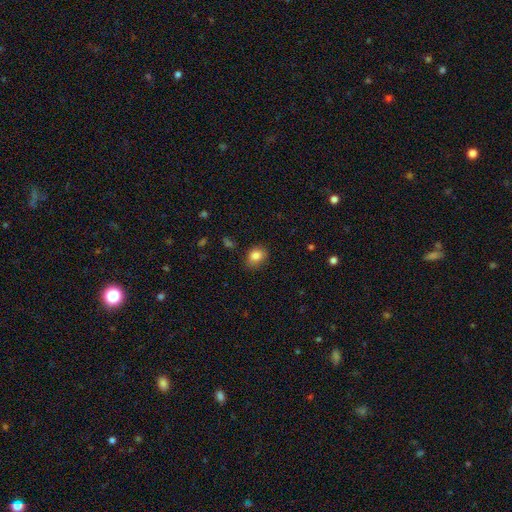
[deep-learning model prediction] smooth 84%, star or artifact 9%, featured or disk 7%. Down the decision tree: how rounded — in between (56%); merging — none (77%).